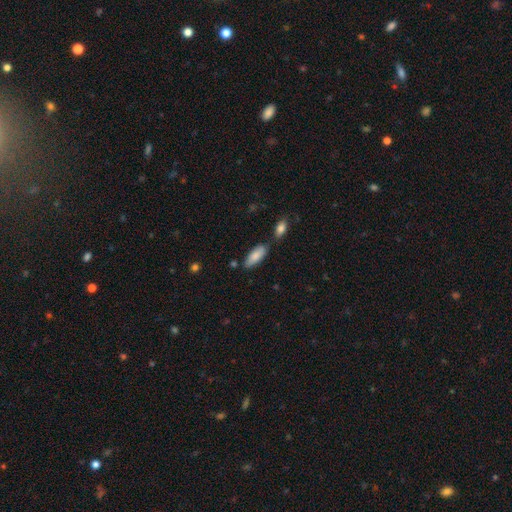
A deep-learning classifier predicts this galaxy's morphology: A smooth galaxy with no disk features (83%) that is in between round and cigar-shaped (77%).

Vote fractions:
- Smooth or featured? smooth: 83% / featured or disk: 11% / star or artifact: 6%
- How rounded? in between: 77% / cigar-shaped: 22% / round: 2%
- Merging? none: 71% / minor disturbance: 16% / merger: 10% / major disturbance: 3%